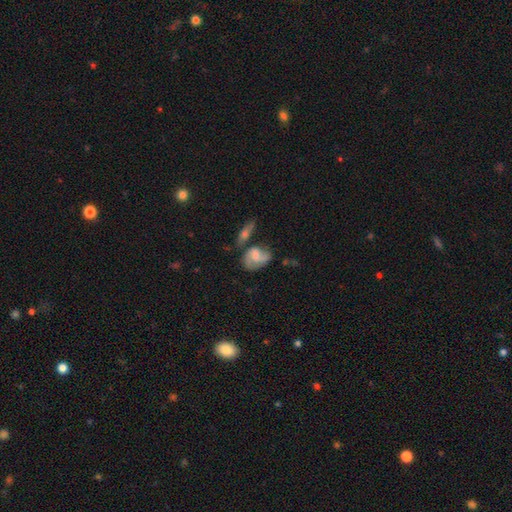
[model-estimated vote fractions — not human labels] Q: Smooth or featured?
A: featured or disk (56%); runner-up: smooth (37%)
Q: Edge-on disk?
A: no (95%); runner-up: yes (5%)
Q: Bar?
A: no (58%); runner-up: weak (35%)
Q: Spiral arms?
A: yes (82%); runner-up: no (18%)
Q: Bulge size?
A: moderate (37%); runner-up: small (34%)
Q: Merging?
A: none (40%); runner-up: merger (23%)